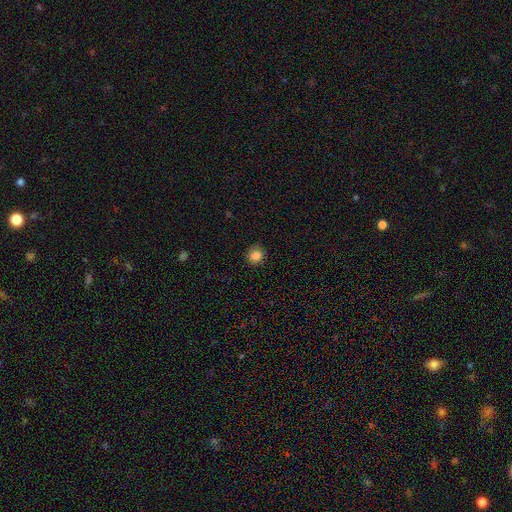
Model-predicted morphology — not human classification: A smooth galaxy with no disk features (85%) that is round (79%).

Vote fractions:
- Smooth or featured? smooth: 85% / star or artifact: 11% / featured or disk: 4%
- How rounded? round: 79% / in between: 20% / cigar-shaped: 1%
- Merging? none: 85% / minor disturbance: 11% / major disturbance: 3% / merger: 1%